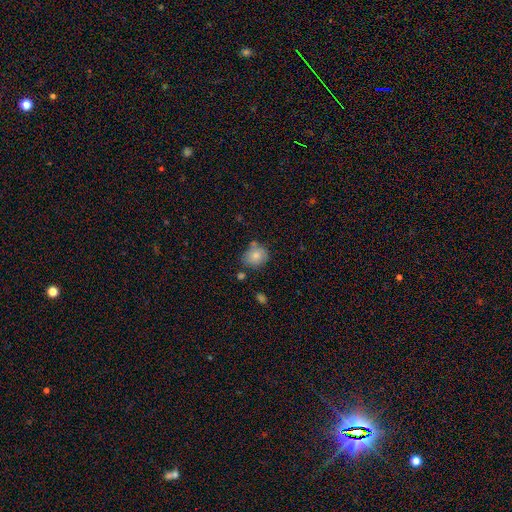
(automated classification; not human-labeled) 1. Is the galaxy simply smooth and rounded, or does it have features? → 78% smooth, 12% featured or disk, 9% star or artifact.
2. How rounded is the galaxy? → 69% round, 30% in between, 1% cigar-shaped.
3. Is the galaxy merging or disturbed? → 67% none, 19% minor disturbance, 10% merger, 4% major disturbance.